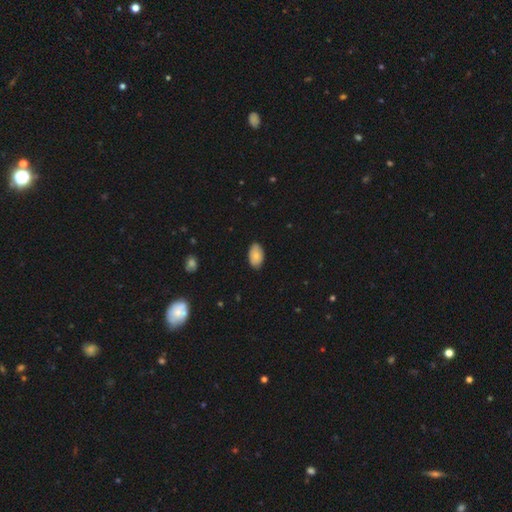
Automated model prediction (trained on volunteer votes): A smooth galaxy with no disk features (78%) that is in between round and cigar-shaped (93%). Merging: none (81%).